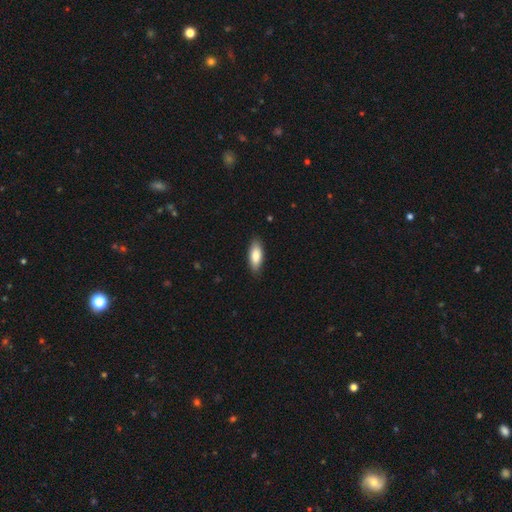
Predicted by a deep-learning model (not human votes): Smooth or featured?
  - smooth: 82% *
  - featured or disk: 13%
  - star or artifact: 6%
How rounded?
  - in between: 77% *
  - cigar-shaped: 21%
  - round: 2%
Merging?
  - none: 86% *
  - minor disturbance: 11%
  - major disturbance: 2%
  - merger: 1%